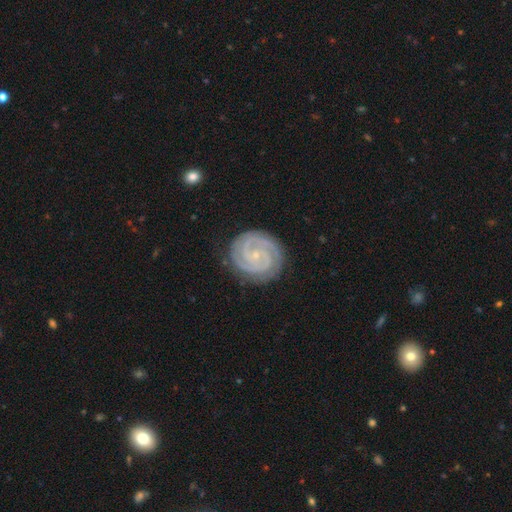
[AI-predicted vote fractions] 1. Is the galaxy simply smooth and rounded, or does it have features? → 92% featured or disk, 5% star or artifact, 3% smooth.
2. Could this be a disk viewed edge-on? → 98% no, 2% yes.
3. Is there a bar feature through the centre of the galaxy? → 67% no, 23% weak, 10% strong.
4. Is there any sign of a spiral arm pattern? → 99% yes, 1% no.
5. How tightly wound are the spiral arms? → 85% tight, 14% medium, 2% loose.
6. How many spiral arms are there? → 69% 2, 17% 3, 5% can't tell, 4% 4, 3% more than 4, 3% 1.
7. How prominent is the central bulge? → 86% small, 9% moderate, 3% none, 1% large, 1% dominant.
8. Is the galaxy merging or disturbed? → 86% none, 11% minor disturbance, 2% major disturbance, 1% merger.